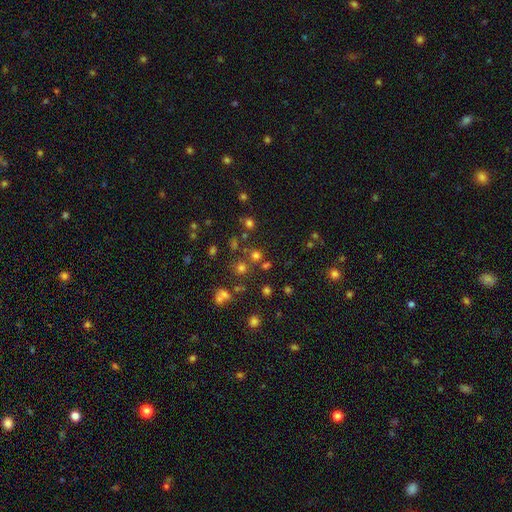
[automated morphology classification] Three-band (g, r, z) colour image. It shows a smooth galaxy with no disk features (60%) that is round (91%). Merging: none (75%).